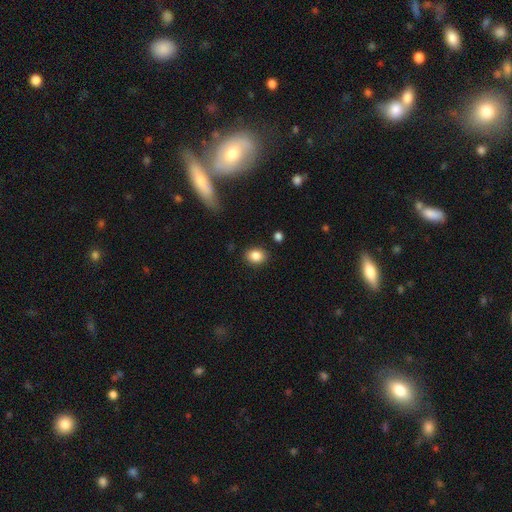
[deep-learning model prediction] A smooth galaxy with no disk features (86%) that is in between round and cigar-shaped (55%). Merging: none (86%).